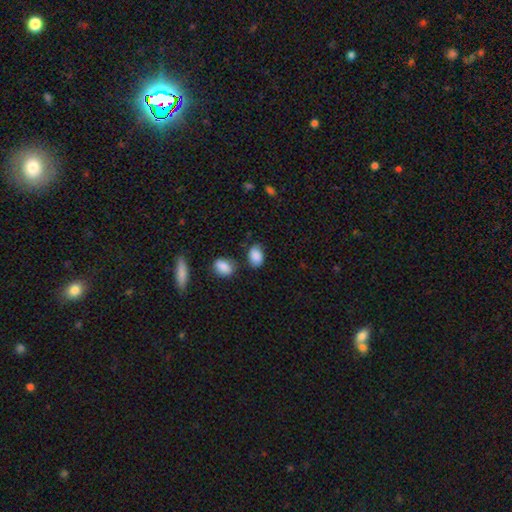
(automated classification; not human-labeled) smooth_or_featured: smooth (p=0.87) [alt: star or artifact p=0.08]
how_rounded: in between (p=0.83) [alt: round p=0.16]
merging: none (p=0.67) [alt: minor disturbance p=0.20]